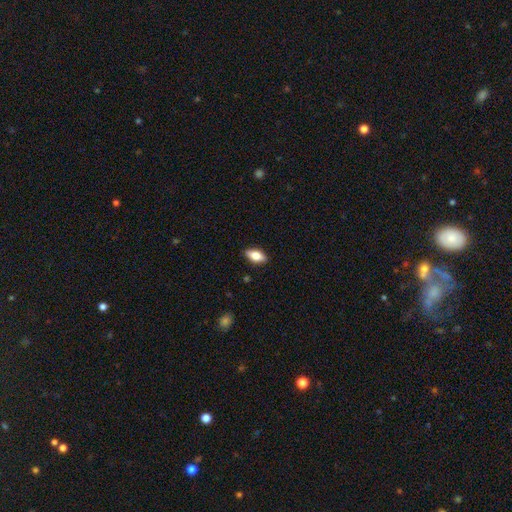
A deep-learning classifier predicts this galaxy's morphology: type=smooth (74%); roundness=in between (87%); merging=none (87%).